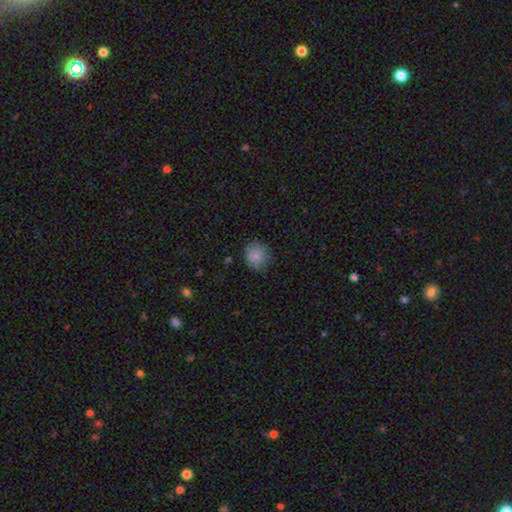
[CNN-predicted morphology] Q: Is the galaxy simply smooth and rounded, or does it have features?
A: smooth — 85%.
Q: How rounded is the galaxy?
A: round — 81%.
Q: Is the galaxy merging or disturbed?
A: none — 78%.